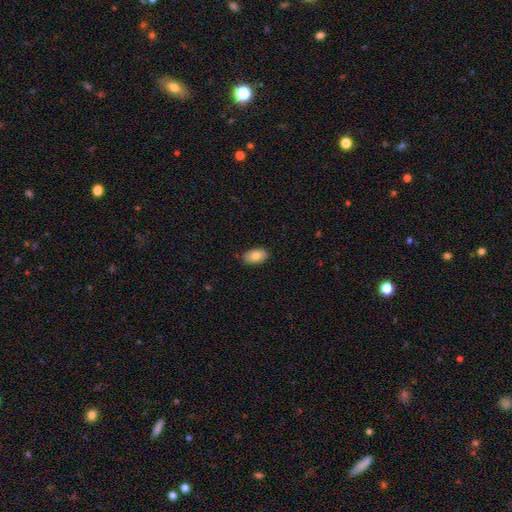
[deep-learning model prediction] smooth_or_featured: smooth (p=0.81) [alt: featured or disk p=0.12]
how_rounded: in between (p=0.93) [alt: round p=0.05]
merging: none (p=0.87) [alt: minor disturbance p=0.11]